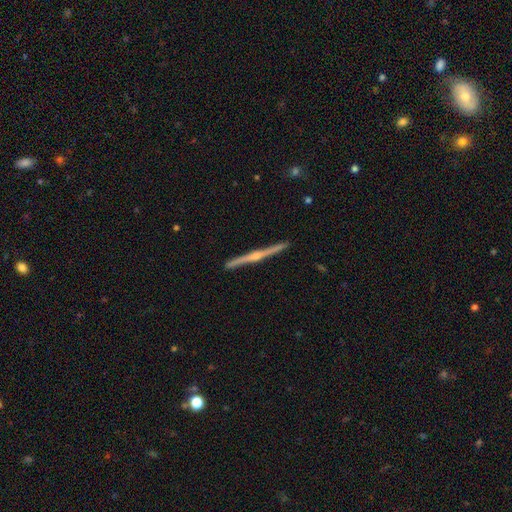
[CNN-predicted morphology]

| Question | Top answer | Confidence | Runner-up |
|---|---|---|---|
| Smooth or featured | featured or disk | 74% | smooth (18%) |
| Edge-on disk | yes | 97% | no (3%) |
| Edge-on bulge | rounded | 73% | none (20%) |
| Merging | none | 88% | minor disturbance (8%) |